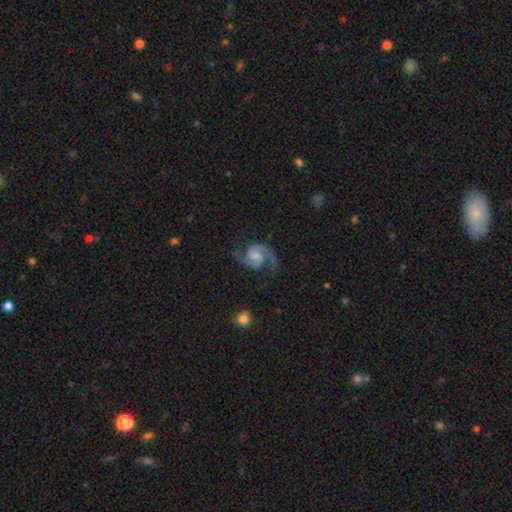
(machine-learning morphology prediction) A featured or disk galaxy (90%) with a weak bar (47%), 2 (94%) medium (57%) spiral arms (98%) and a moderate central bulge (31%).

Vote fractions:
- Smooth or featured? featured or disk: 90% / smooth: 5% / star or artifact: 5%
- Edge-on disk? no: 98% / yes: 2%
- Bar? weak: 47% / no: 43% / strong: 11%
- Spiral arms? yes: 98% / no: 2%
- Spiral winding? medium: 57% / loose: 31% / tight: 11%
- Spiral arm count? 2: 94% / can't tell: 2% / 1: 1% / 3: 1% / 4: 1% / more than 4: 1%
- Bulge size? moderate: 31% / none: 29% / small: 29% / large: 9% / dominant: 2%
- Merging? none: 76% / minor disturbance: 14% / major disturbance: 8% / merger: 2%